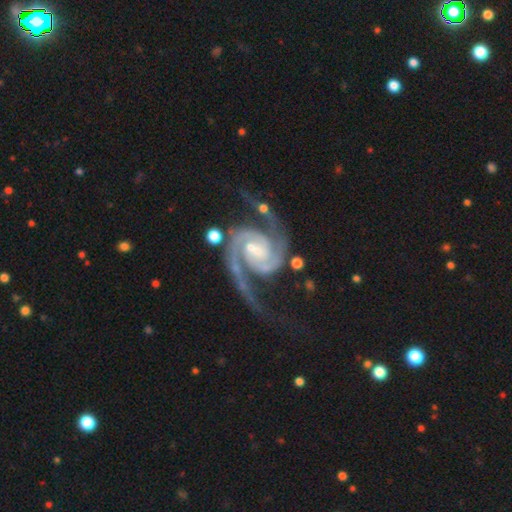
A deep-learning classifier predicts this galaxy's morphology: Smooth or featured? featured or disk (94%)
Edge-on disk? no (98%)
Bar? weak (43%)
Spiral arms? yes (99%)
Spiral winding? medium (56%)
Spiral arm count? 2 (91%)
Bulge size? small (60%)
Merging? none (66%)